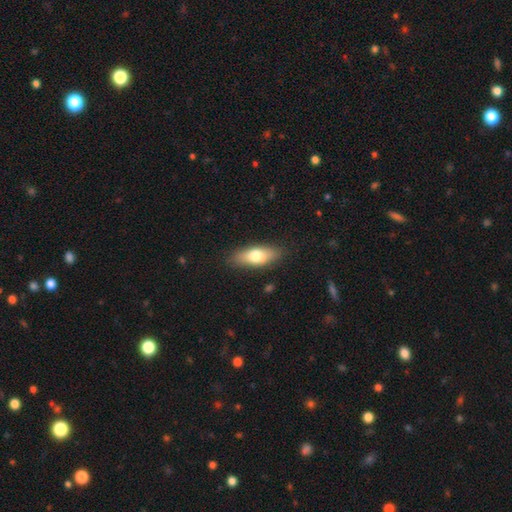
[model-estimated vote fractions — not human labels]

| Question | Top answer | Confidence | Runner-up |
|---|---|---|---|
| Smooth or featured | smooth | 70% | featured or disk (24%) |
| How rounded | in between | 71% | cigar-shaped (26%) |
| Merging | none | 85% | minor disturbance (11%) |